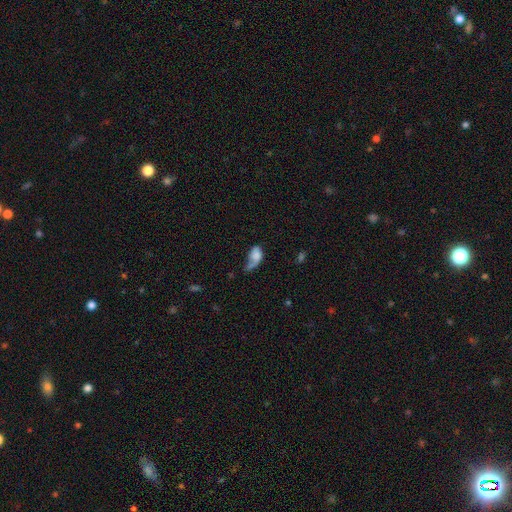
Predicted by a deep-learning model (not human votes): This is likely a smooth galaxy (63%). How rounded: clearly in between (83%). Merging: marginally major disturbance (41%).